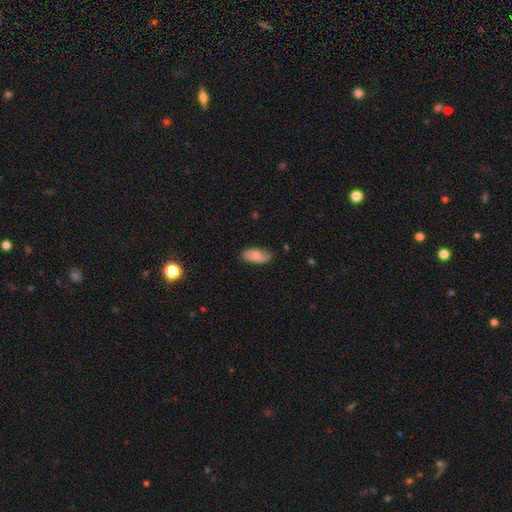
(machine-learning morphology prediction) smooth_or_featured: smooth (p=0.69) [alt: featured or disk p=0.24]
how_rounded: in between (p=0.92) [alt: cigar-shaped p=0.05]
merging: none (p=0.66) [alt: minor disturbance p=0.27]